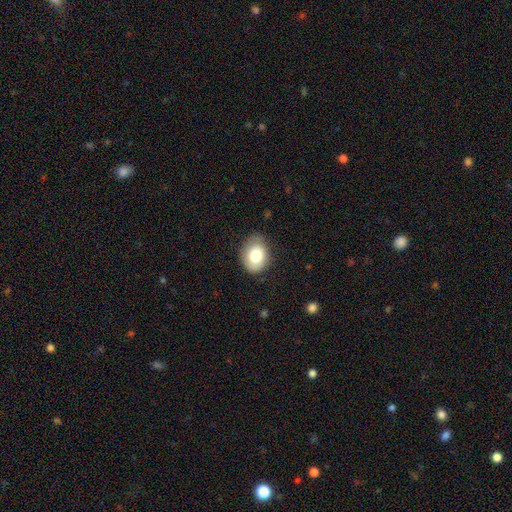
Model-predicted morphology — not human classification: Smooth or featured?
  - smooth: 82% *
  - featured or disk: 11%
  - star or artifact: 7%
How rounded?
  - in between: 63% *
  - round: 37%
  - cigar-shaped: 1%
Merging?
  - none: 71% *
  - minor disturbance: 23%
  - major disturbance: 5%
  - merger: 1%